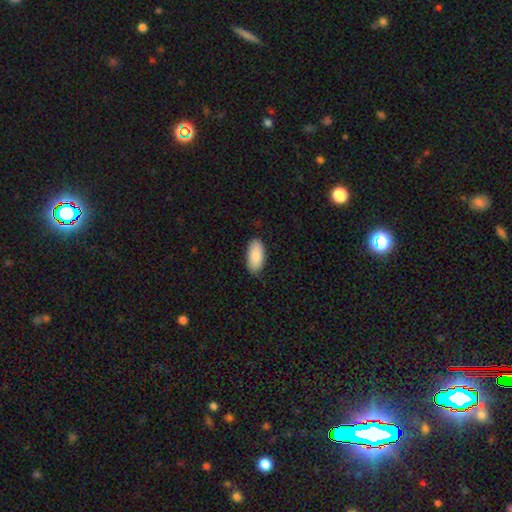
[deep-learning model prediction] A smooth galaxy with no disk features (89%) that is in between round and cigar-shaped (93%). Merging: none (84%).